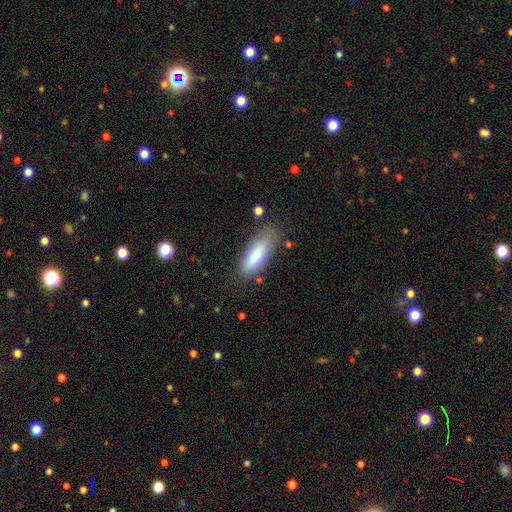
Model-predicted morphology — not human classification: Smooth or featured: smooth — 81% (featured or disk — 13%)
How rounded: in between — 56% (cigar-shaped — 42%)
Merging: none — 71% (minor disturbance — 19%)